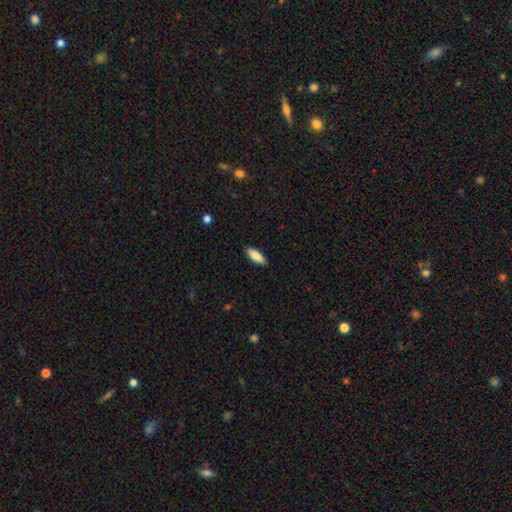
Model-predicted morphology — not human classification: smooth-or-featured: smooth: 87% | featured or disk: 7% | star or artifact: 6%
  how-rounded: in between: 70% | cigar-shaped: 28% | round: 2%
  merging: none: 89% | minor disturbance: 9% | major disturbance: 2% | merger: 1%